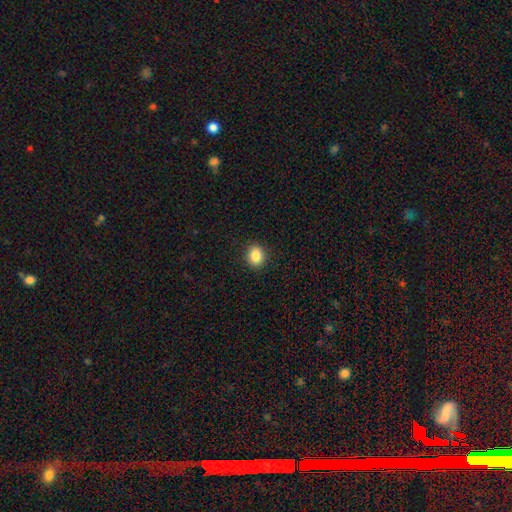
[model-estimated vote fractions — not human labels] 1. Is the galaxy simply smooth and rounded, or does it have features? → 86% smooth, 9% star or artifact, 4% featured or disk.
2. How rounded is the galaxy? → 58% round, 41% in between, 1% cigar-shaped.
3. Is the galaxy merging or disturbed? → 90% none, 7% minor disturbance, 2% major disturbance, 1% merger.